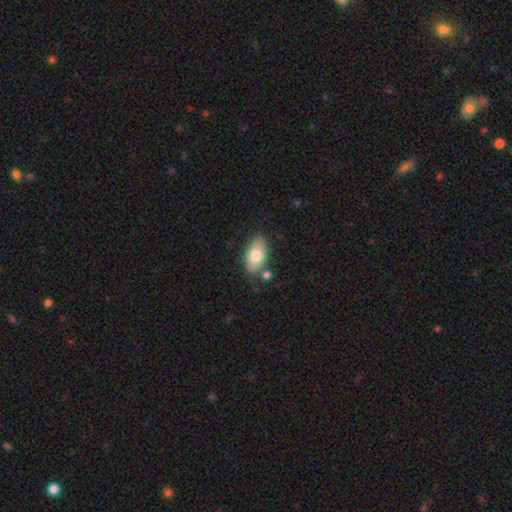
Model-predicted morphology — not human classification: smooth-or-featured: smooth: 77% | featured or disk: 16% | star or artifact: 7%
  how-rounded: in between: 92% | round: 5% | cigar-shaped: 3%
  merging: none: 75% | minor disturbance: 14% | merger: 7% | major disturbance: 3%